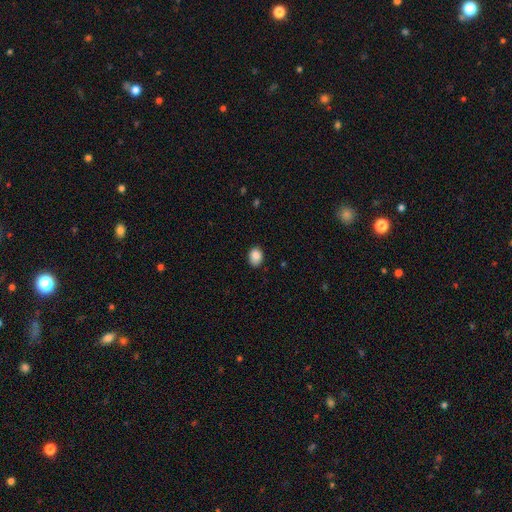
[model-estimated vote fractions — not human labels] smooth_or_featured: smooth (p=0.87) [alt: star or artifact p=0.09]
how_rounded: in between (p=0.62) [alt: round p=0.37]
merging: none (p=0.82) [alt: minor disturbance p=0.14]